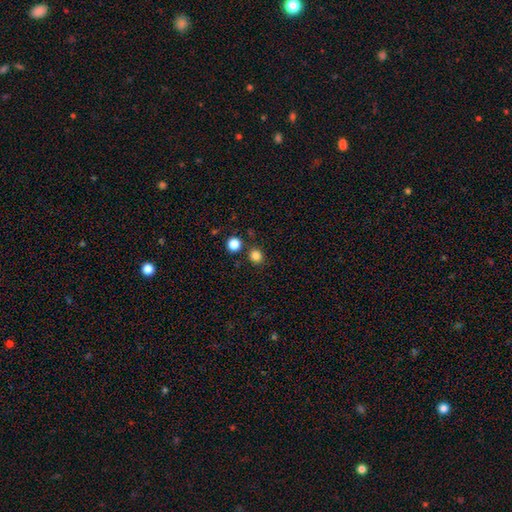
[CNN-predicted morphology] This appears to be a smooth galaxy with no disk features (83%) that is round (86%). Merging: none (85%).